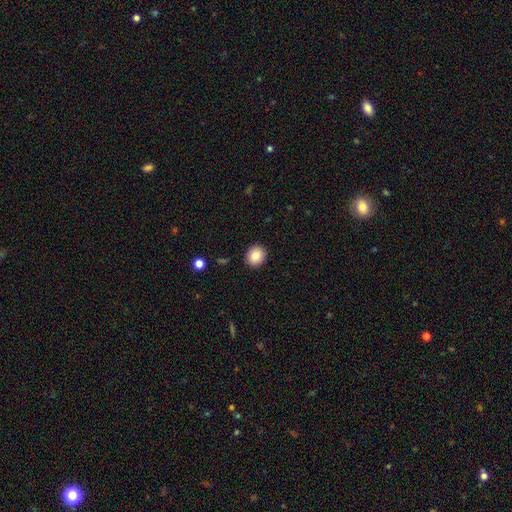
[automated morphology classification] Smooth or featured? Predicted: smooth (p=0.84). How rounded? Predicted: round (p=0.81). Merging? Predicted: none (p=0.91).